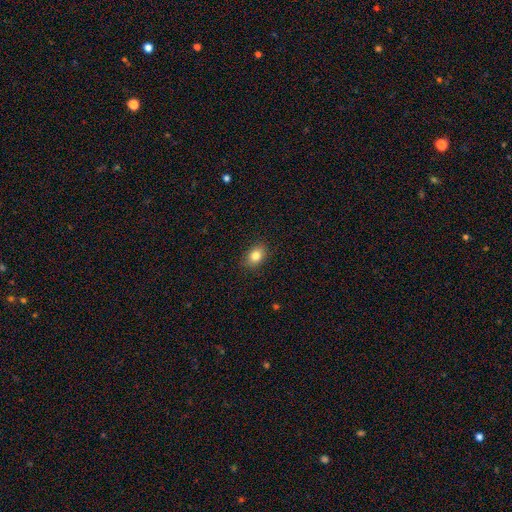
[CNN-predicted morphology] Smooth or featured? smooth (83%)
How rounded? in between (70%)
Merging? none (89%)